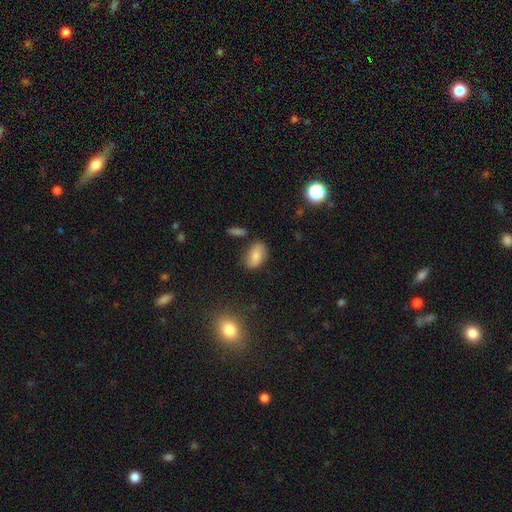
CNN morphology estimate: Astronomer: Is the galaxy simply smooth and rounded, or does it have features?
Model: smooth — 73%.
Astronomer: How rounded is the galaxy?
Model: in between — 89%.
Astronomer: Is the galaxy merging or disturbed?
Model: none — 73%.